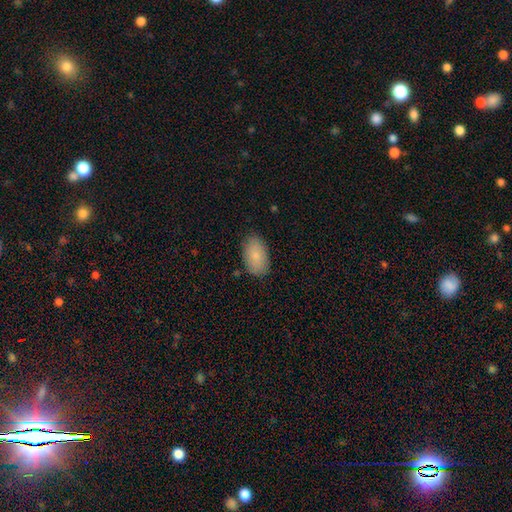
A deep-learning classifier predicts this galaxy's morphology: type=smooth (84%); roundness=in between (93%); merging=none (84%).